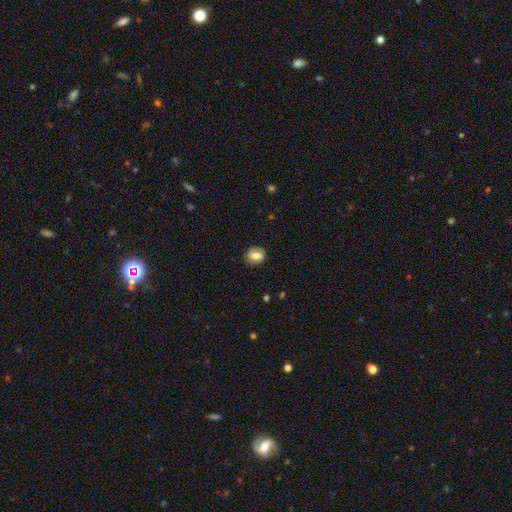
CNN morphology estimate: This appears to be a smooth galaxy with no disk features (71%) that is round (61%). Merging: none (84%).